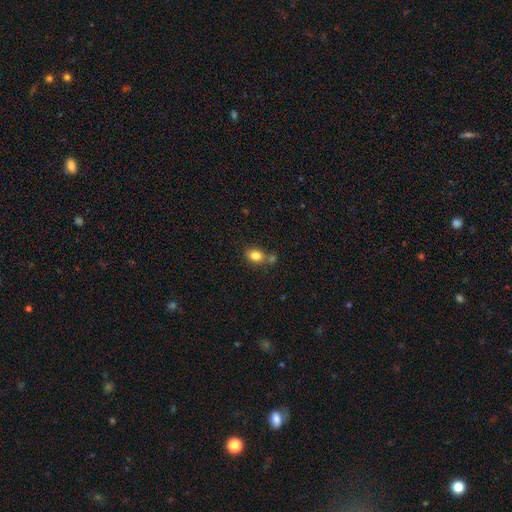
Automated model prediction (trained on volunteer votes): Smooth or featured? Predicted: smooth (p=0.82). How rounded? Predicted: in between (p=0.65). Merging? Predicted: none (p=0.60).